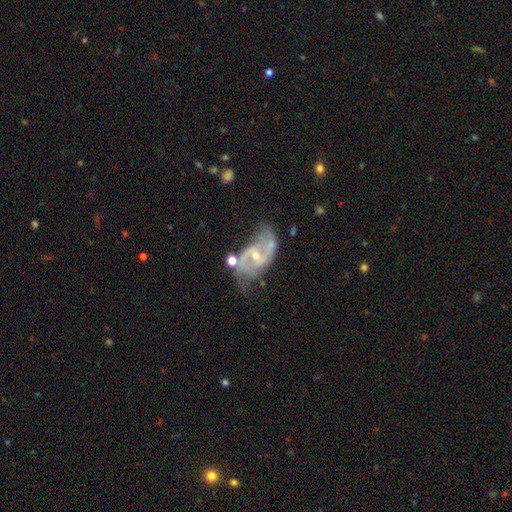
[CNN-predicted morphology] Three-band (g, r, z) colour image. It shows a featured or disk galaxy (87%) with a weak bar (46%), 2 (87%) medium (49%) spiral arms (94%) and a small central bulge (62%). Merging: none (53%).